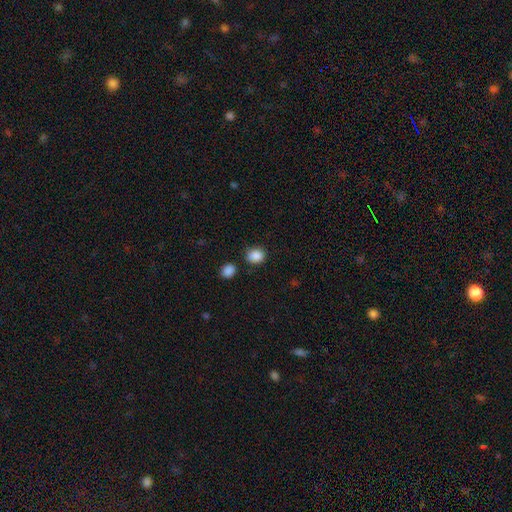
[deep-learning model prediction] Morphology: type=smooth (88%); roundness=round (61%); merging=none (78%).